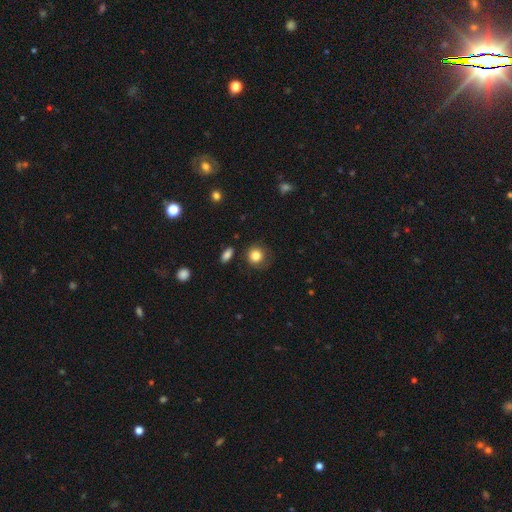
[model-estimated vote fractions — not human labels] Smooth or featured? Predicted: smooth (p=0.84). How rounded? Predicted: round (p=0.87). Merging? Predicted: none (p=0.78).